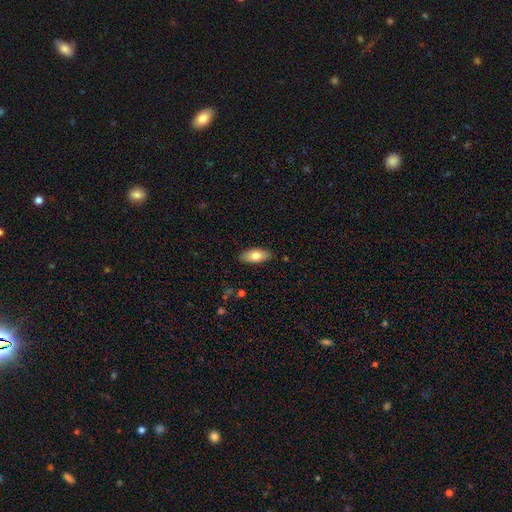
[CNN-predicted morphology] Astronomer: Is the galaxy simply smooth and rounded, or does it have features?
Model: smooth — 78%.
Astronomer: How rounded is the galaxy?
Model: in between — 86%.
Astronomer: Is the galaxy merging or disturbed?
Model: none — 87%.